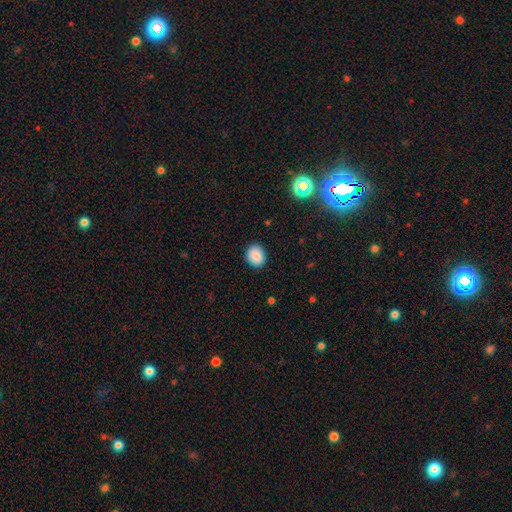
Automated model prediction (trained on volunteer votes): A smooth galaxy with no disk features (87%) that is round (62%).

Vote fractions:
- Smooth or featured? smooth: 87% / star or artifact: 8% / featured or disk: 5%
- How rounded? round: 62% / in between: 38% / cigar-shaped: 1%
- Merging? none: 89% / minor disturbance: 8% / major disturbance: 2% / merger: 1%